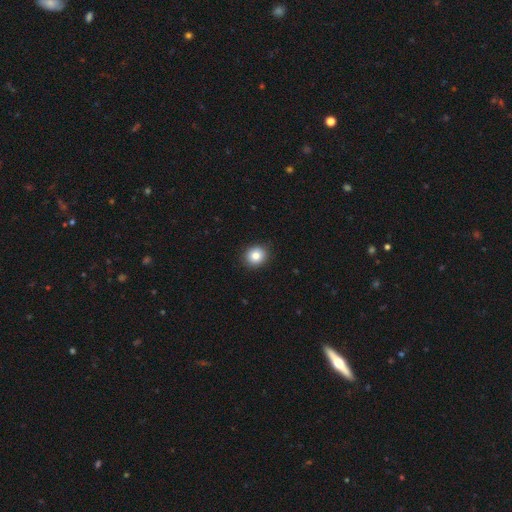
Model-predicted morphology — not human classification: smooth-or-featured: smooth: 82% | star or artifact: 10% | featured or disk: 8%
  how-rounded: round: 81% | in between: 18% | cigar-shaped: 1%
  merging: none: 90% | minor disturbance: 7% | major disturbance: 2% | merger: 1%